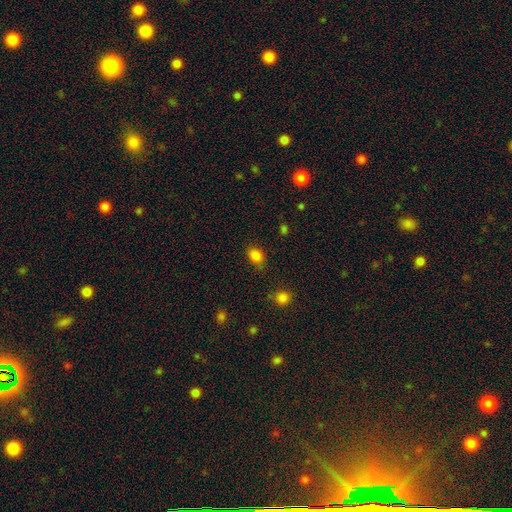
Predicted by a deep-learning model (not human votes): A smooth galaxy with no disk features (84%) that is in between round and cigar-shaped (74%).

Vote fractions:
- Smooth or featured? smooth: 84% / star or artifact: 12% / featured or disk: 5%
- How rounded? in between: 74% / round: 25% / cigar-shaped: 1%
- Merging? none: 77% / minor disturbance: 16% / major disturbance: 4% / merger: 2%